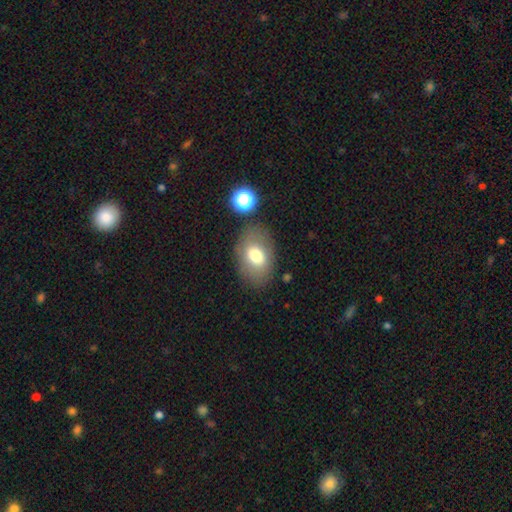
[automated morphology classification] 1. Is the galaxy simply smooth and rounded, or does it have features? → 74% smooth, 17% featured or disk, 9% star or artifact.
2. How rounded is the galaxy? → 81% in between, 18% round, 1% cigar-shaped.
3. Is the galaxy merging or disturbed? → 75% none, 15% minor disturbance, 6% major disturbance, 5% merger.